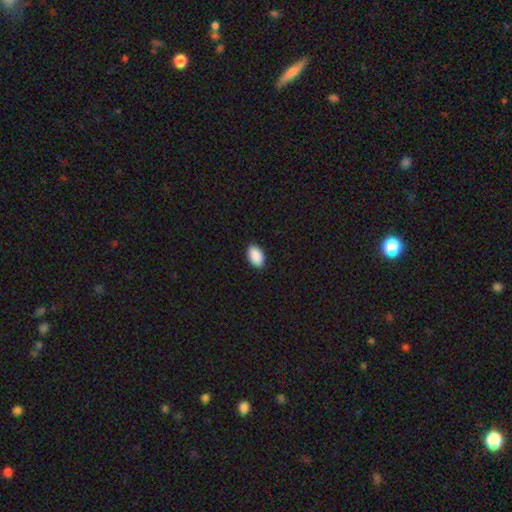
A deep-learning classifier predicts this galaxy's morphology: This appears to be a smooth galaxy with no disk features (91%) that is in between round and cigar-shaped (93%). Merging: none (90%).